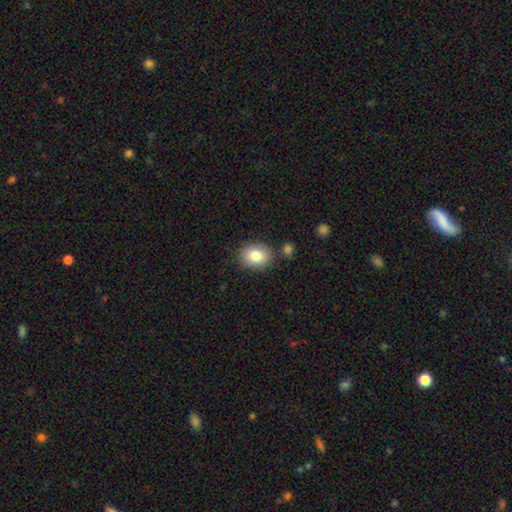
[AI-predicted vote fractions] Smooth or featured? smooth (82%)
How rounded? in between (55%)
Merging? none (81%)